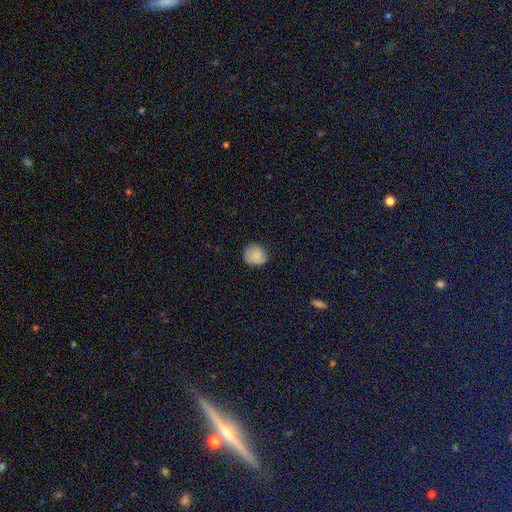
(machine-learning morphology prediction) smooth 84%, star or artifact 9%, featured or disk 7%. Down the decision tree: how rounded — round (84%); merging — none (81%).